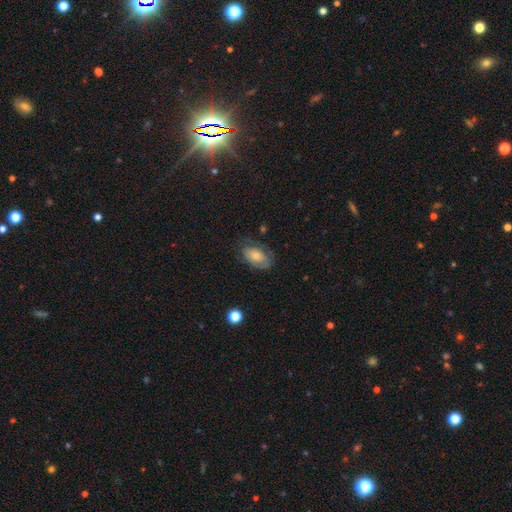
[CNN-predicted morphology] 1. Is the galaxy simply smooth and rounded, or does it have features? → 59% smooth, 33% featured or disk, 8% star or artifact.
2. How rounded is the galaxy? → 90% in between, 8% round, 2% cigar-shaped.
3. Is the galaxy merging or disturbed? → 64% none, 24% minor disturbance, 11% major disturbance, 2% merger.